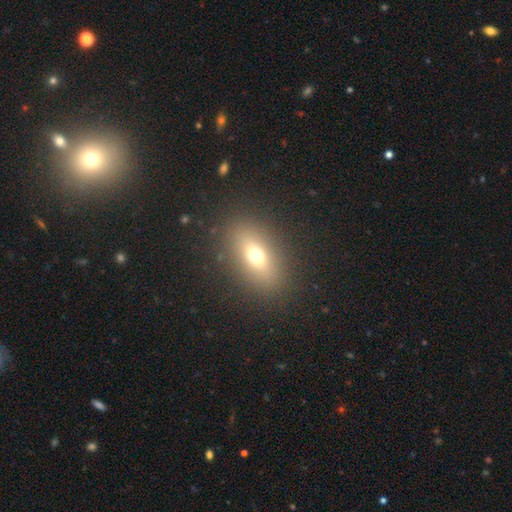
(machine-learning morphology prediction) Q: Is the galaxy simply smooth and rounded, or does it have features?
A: smooth — 67%.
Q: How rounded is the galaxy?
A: in between — 77%.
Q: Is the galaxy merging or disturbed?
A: none — 87%.